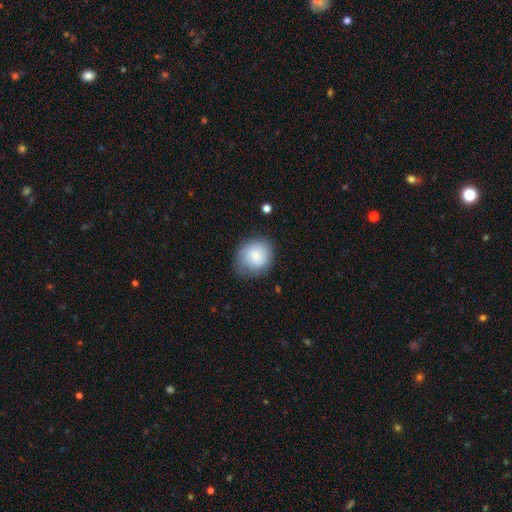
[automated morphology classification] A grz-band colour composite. It shows a smooth galaxy with no disk features (78%) that is round (80%). Merging: none (70%).